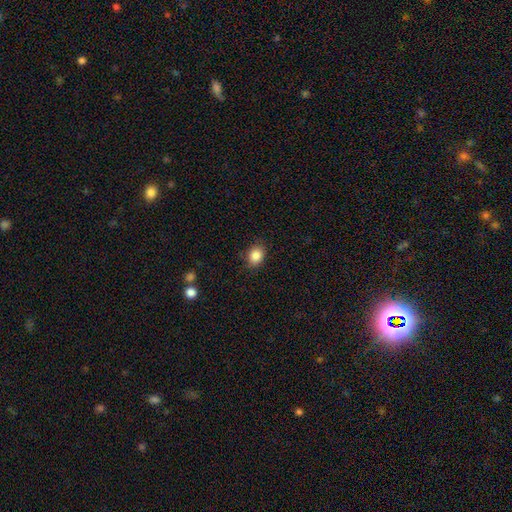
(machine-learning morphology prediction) A smooth galaxy with no disk features (86%) that is in between round and cigar-shaped (57%). Merging: none (83%).